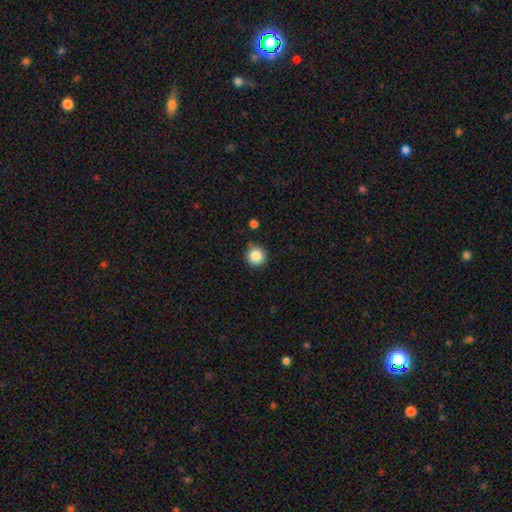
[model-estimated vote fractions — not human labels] smooth_or_featured: smooth (p=0.86) [alt: star or artifact p=0.10]
how_rounded: round (p=0.95) [alt: in between p=0.04]
merging: none (p=0.82) [alt: minor disturbance p=0.13]